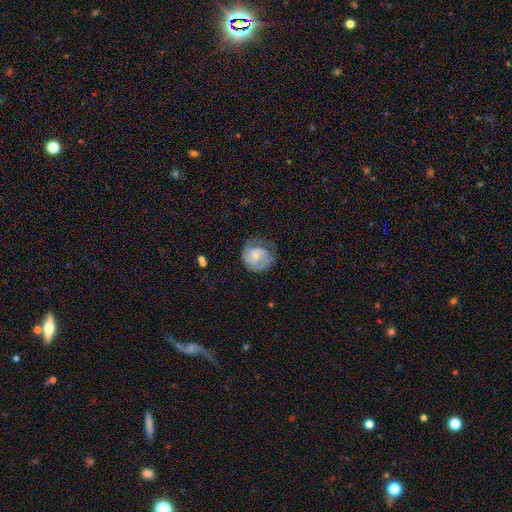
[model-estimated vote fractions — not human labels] smooth_or_featured: featured or disk (p=0.47) [alt: smooth p=0.46]
merging: none (p=0.51) [alt: minor disturbance p=0.28]